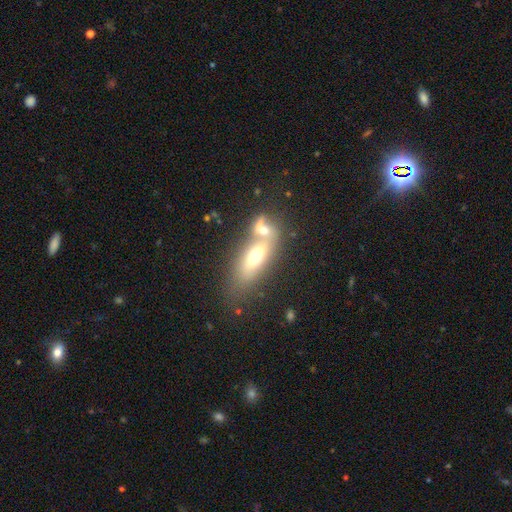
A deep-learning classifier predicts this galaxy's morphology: The model was most divided on "smooth or featured": smooth: 56%, featured or disk: 35%, star or artifact: 9%. More confident: how rounded — in between (68%); merging — merger (57%).